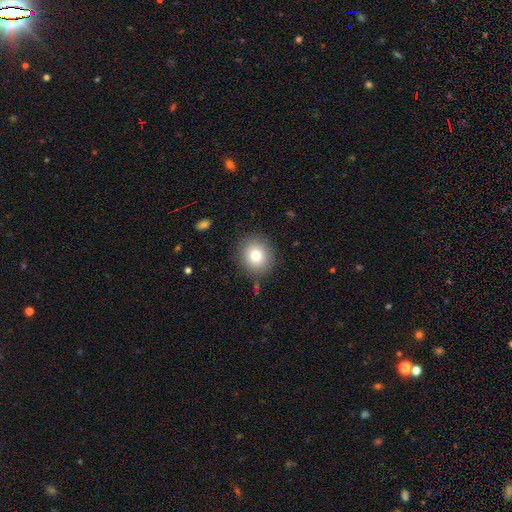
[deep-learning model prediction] A smooth galaxy with no disk features (78%) that is round (79%). Merging: none (86%).